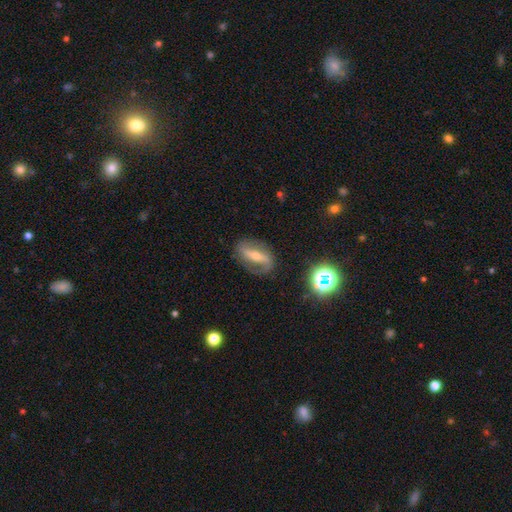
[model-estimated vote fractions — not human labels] Q: Smooth or featured?
A: featured or disk (75%); runner-up: smooth (16%)
Q: Edge-on disk?
A: no (88%); runner-up: yes (12%)
Q: Bar?
A: strong (62%); runner-up: weak (24%)
Q: Spiral arms?
A: yes (84%); runner-up: no (16%)
Q: Spiral winding?
A: loose (41%); runner-up: medium (38%)
Q: Spiral arm count?
A: 2 (81%); runner-up: 1 (10%)
Q: Bulge size?
A: small (47%); runner-up: moderate (45%)
Q: Merging?
A: none (76%); runner-up: minor disturbance (15%)